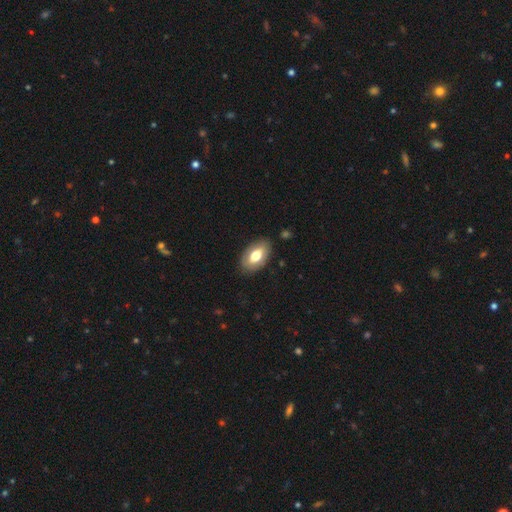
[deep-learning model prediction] smooth-or-featured: smooth: 69% | featured or disk: 24% | star or artifact: 6%
  how-rounded: in between: 93% | round: 5% | cigar-shaped: 2%
  merging: none: 85% | minor disturbance: 11% | major disturbance: 3% | merger: 1%